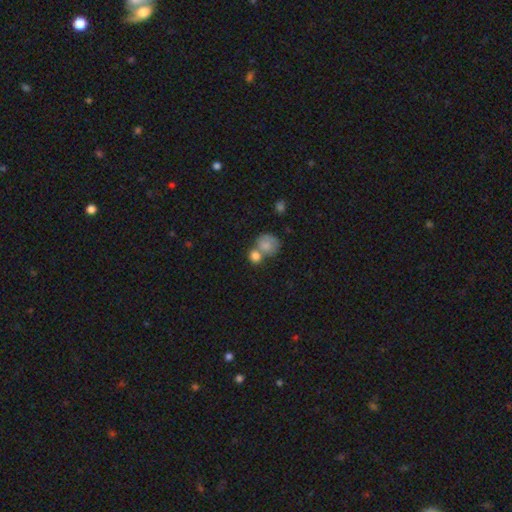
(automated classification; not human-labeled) smooth 81%, featured or disk 10%, star or artifact 9%. Down the decision tree: how rounded — round (77%); merging — merger (50%).